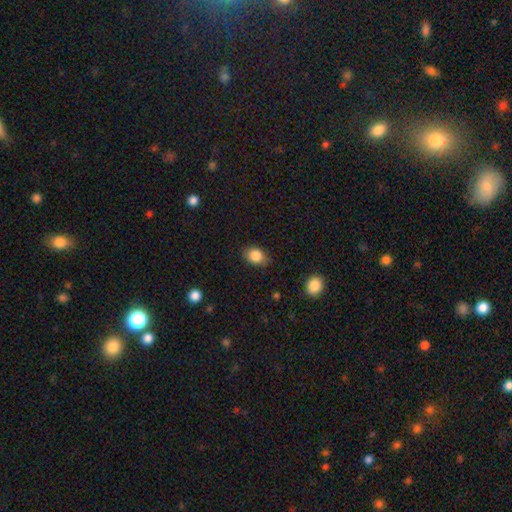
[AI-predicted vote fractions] Smooth or featured? smooth (86%)
How rounded? in between (69%)
Merging? none (81%)